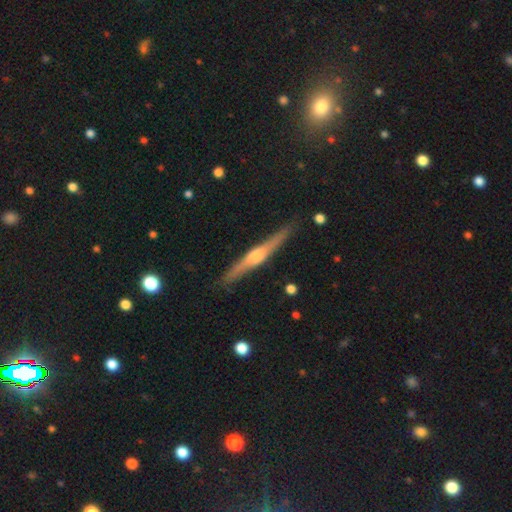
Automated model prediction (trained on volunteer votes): smooth_or_featured: featured or disk (p=0.75) [alt: smooth p=0.19]
disk_edge_on: yes (p=0.98) [alt: no p=0.02]
edge_on_bulge: rounded (p=0.86) [alt: boxy p=0.08]
merging: none (p=0.89) [alt: minor disturbance p=0.08]